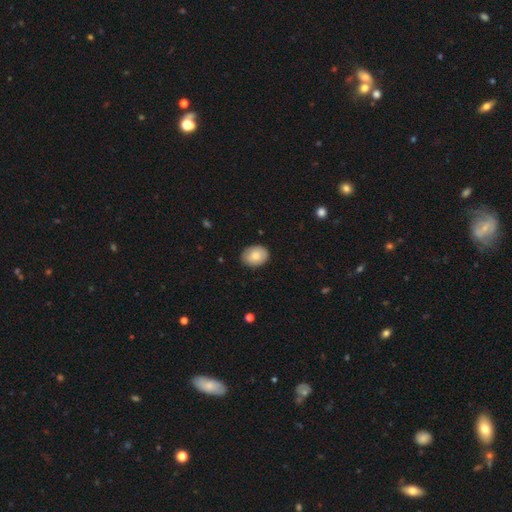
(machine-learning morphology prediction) A smooth galaxy with no disk features (81%) that is in between round and cigar-shaped (65%).

Vote fractions:
- Smooth or featured? smooth: 81% / featured or disk: 13% / star or artifact: 7%
- How rounded? in between: 65% / round: 34% / cigar-shaped: 1%
- Merging? none: 86% / minor disturbance: 11% / major disturbance: 2% / merger: 1%